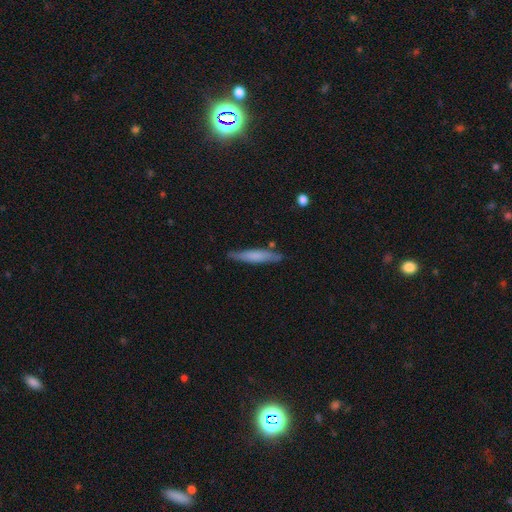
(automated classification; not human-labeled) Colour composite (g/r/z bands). It shows a smooth galaxy with no disk features (62%) that is cigar-shaped (89%). Merging: none (81%).